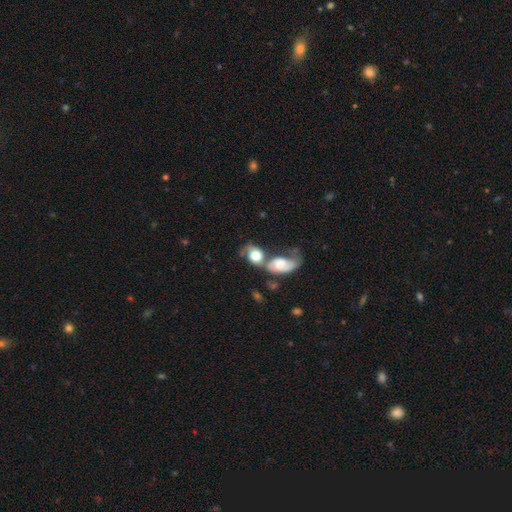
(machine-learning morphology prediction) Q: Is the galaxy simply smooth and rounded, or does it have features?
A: smooth — 55%.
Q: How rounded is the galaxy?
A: in between — 56%.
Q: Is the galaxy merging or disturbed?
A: merger — 59%.